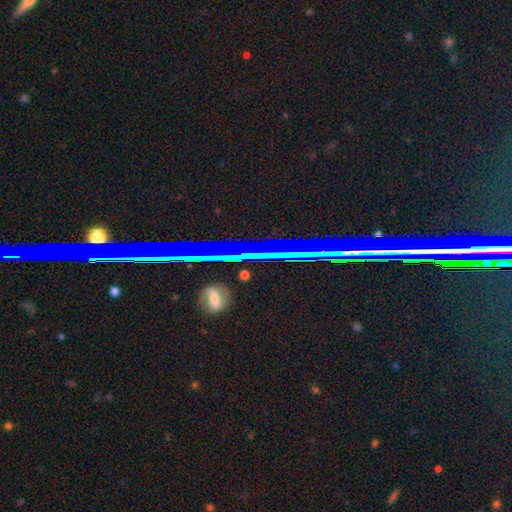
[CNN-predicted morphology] Q: Smooth or featured?
A: star or artifact (82%); runner-up: featured or disk (10%)